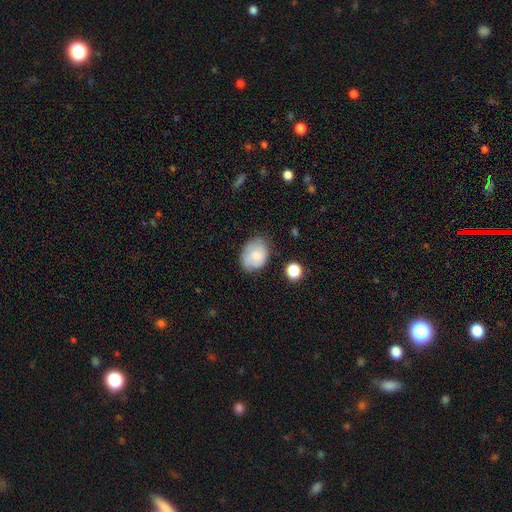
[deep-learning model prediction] Smooth or featured? Predicted: smooth (p=0.73). How rounded? Predicted: in between (p=0.63). Merging? Predicted: none (p=0.68).